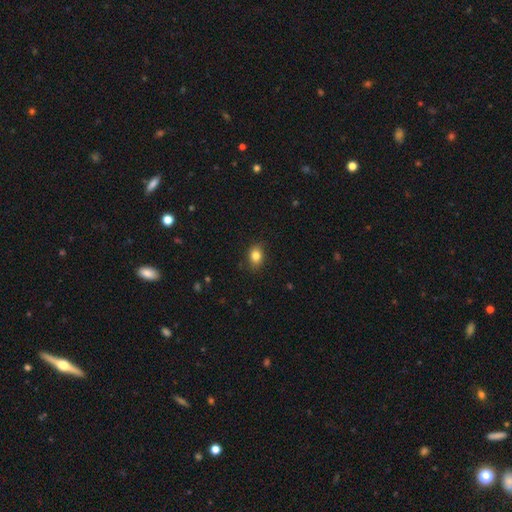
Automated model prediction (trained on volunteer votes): This is clearly a smooth galaxy (84%). How rounded: likely in between (69%). Merging: clearly none (85%).